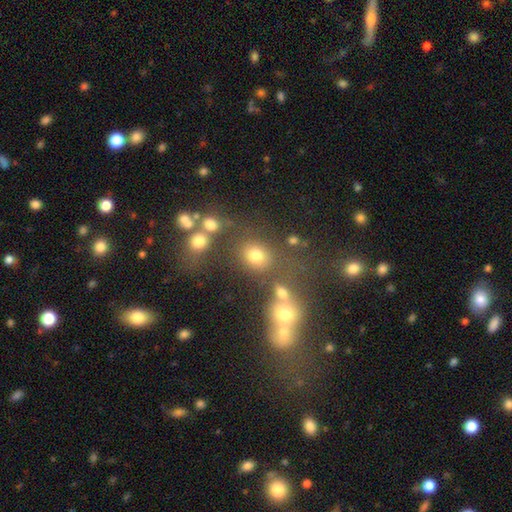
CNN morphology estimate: A smooth galaxy with no disk features (75%) that is round (65%). Merging: none (67%).